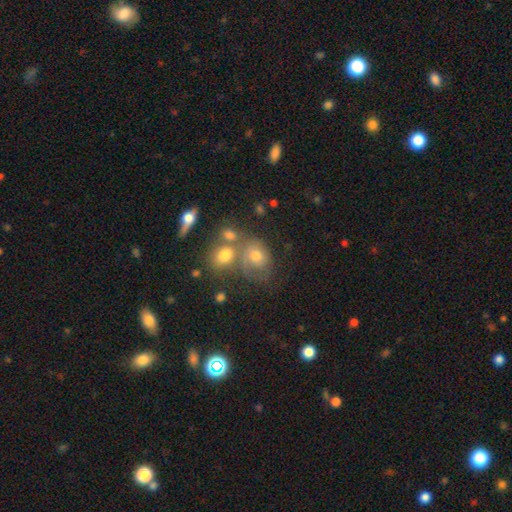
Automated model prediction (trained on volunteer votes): smooth_or_featured: smooth (p=0.52) [alt: featured or disk p=0.33]
how_rounded: round (p=0.50) [alt: in between p=0.49]
merging: none (p=0.36) [alt: merger p=0.35]